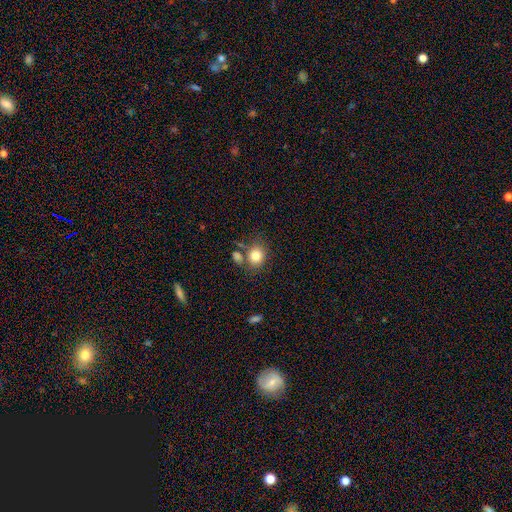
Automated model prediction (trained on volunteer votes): A smooth galaxy with no disk features (81%) that is round (65%). Merging: none (63%).